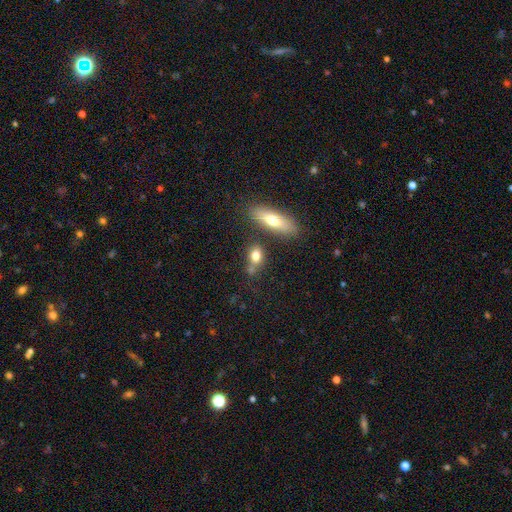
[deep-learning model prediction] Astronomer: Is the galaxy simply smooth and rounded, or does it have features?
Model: smooth — 77%.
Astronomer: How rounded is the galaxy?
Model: in between — 63%.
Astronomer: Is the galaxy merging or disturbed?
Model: none — 55%.